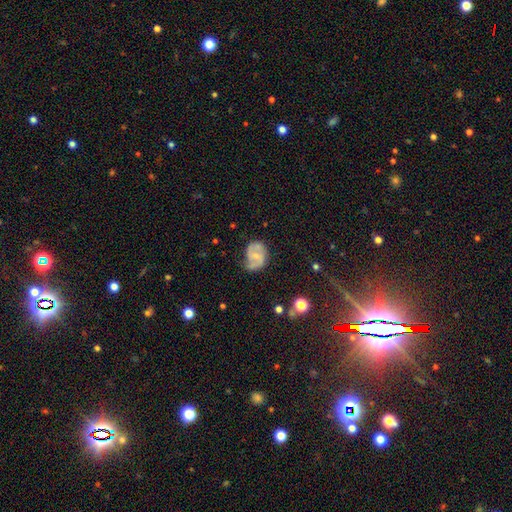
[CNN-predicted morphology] Smooth or featured: featured or disk — 62% (smooth — 31%)
Edge-on disk: no — 97% (yes — 3%)
Bar: no — 53% (weak — 38%)
Spiral arms: yes — 80% (no — 20%)
Bulge size: small — 57% (moderate — 34%)
Merging: none — 50% (minor disturbance — 33%)